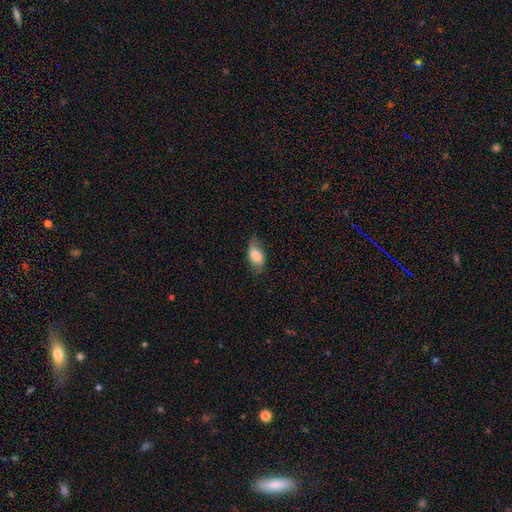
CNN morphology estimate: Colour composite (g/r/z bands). It shows a smooth galaxy with no disk features (76%) that is in between round and cigar-shaped (90%). Merging: none (65%).